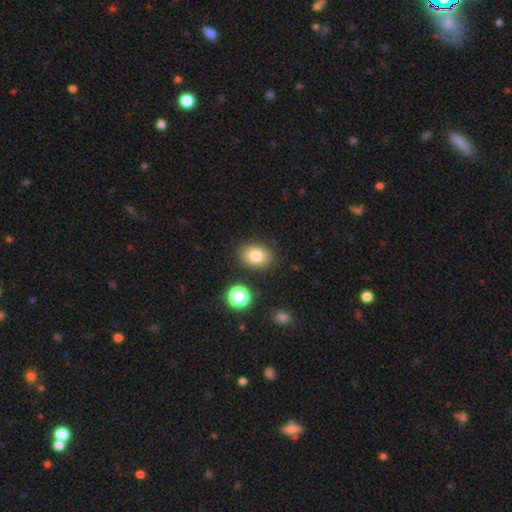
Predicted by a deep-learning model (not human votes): Morphology: type=smooth (81%); roundness=in between (66%); merging=none (86%).